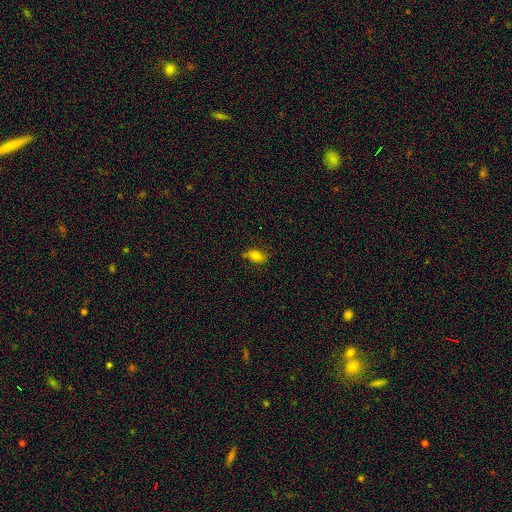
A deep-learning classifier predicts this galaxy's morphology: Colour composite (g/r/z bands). It shows a smooth galaxy with no disk features (77%) that is in between round and cigar-shaped (85%). Merging: none (70%).